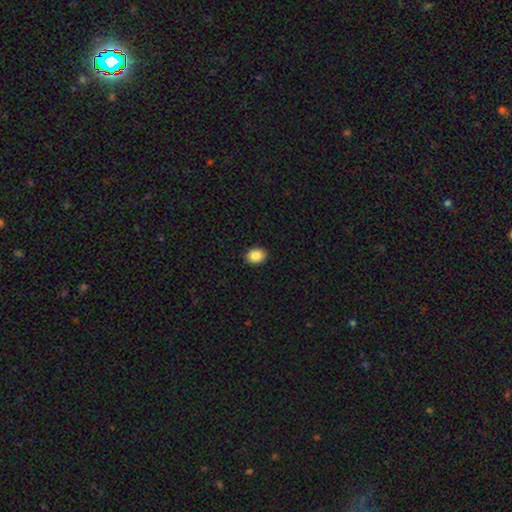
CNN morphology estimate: smooth-or-featured: smooth: 88% | star or artifact: 8% | featured or disk: 4%
  how-rounded: in between: 58% | round: 41% | cigar-shaped: 1%
  merging: none: 91% | minor disturbance: 6% | major disturbance: 2% | merger: 1%